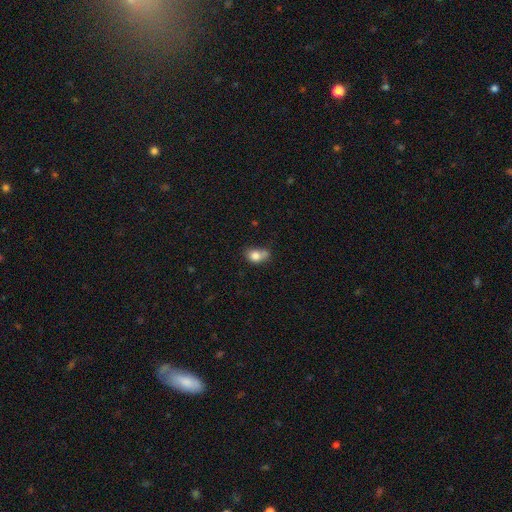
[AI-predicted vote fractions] A smooth galaxy with no disk features (79%) that is in between round and cigar-shaped (61%). Merging: none (36%).